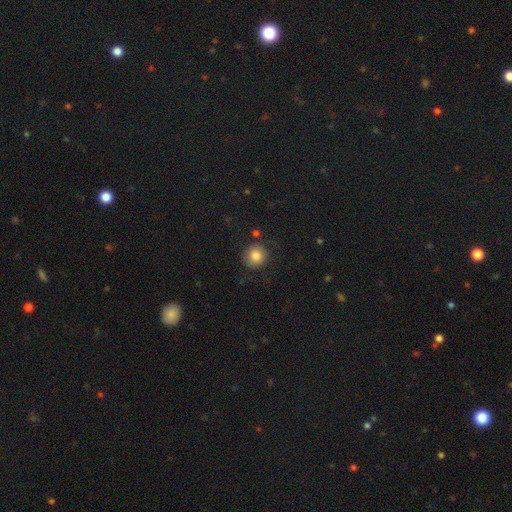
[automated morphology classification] Q: Smooth or featured?
A: smooth (83%); runner-up: star or artifact (9%)
Q: How rounded?
A: round (89%); runner-up: in between (10%)
Q: Merging?
A: none (80%); runner-up: minor disturbance (13%)